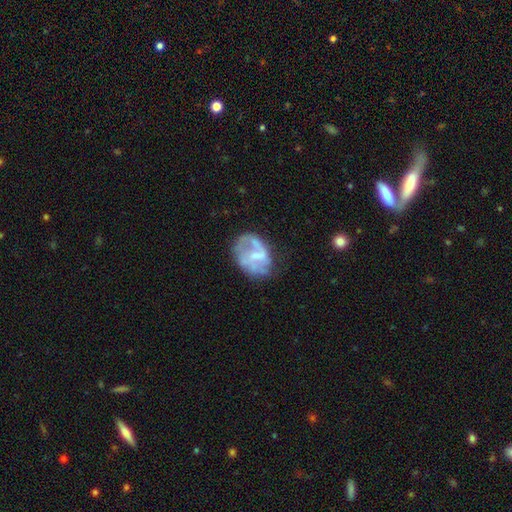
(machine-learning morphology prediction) Smooth or featured: featured or disk — 63% (smooth — 29%)
Edge-on disk: no — 98% (yes — 2%)
Bar: weak — 45% (no — 40%)
Spiral arms: yes — 53% (no — 47%)
Bulge size: small — 38% (none — 32%)
Merging: none — 44% (minor disturbance — 26%)